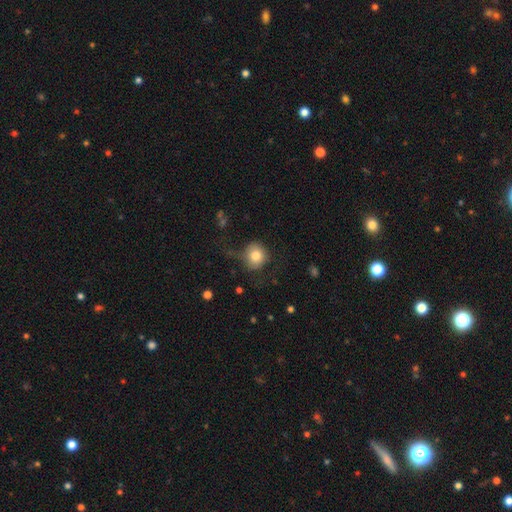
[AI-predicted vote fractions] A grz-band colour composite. It shows a smooth galaxy with no disk features (79%) that is round (86%). Merging: none (58%).